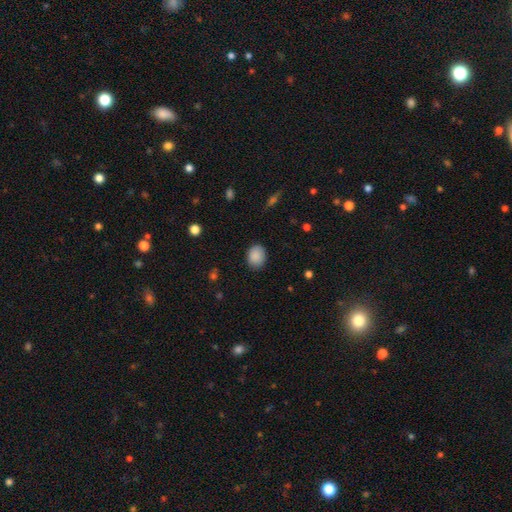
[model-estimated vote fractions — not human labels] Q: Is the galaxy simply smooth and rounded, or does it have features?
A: smooth — 89%.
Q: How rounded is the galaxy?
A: round — 50%.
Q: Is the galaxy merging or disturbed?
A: none — 85%.